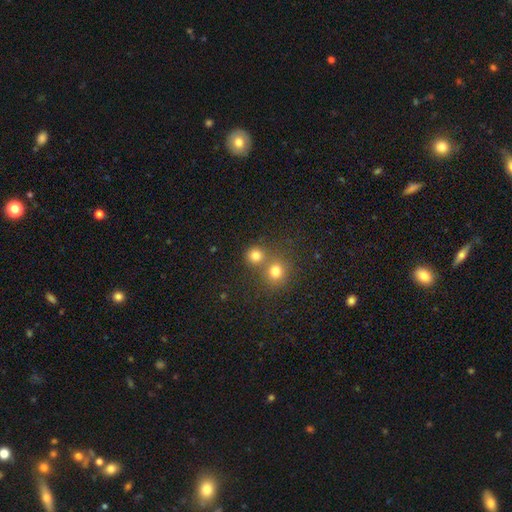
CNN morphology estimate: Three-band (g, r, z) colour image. It shows a smooth galaxy with no disk features (78%) that is round (88%). Merging: none (60%).